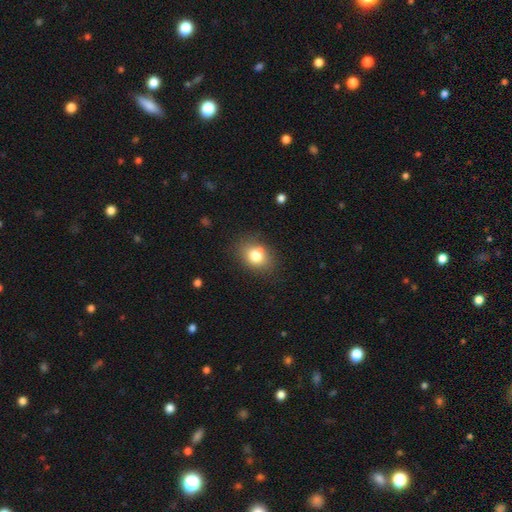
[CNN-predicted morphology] type=smooth (77%); roundness=in between (51%); merging=none (74%).